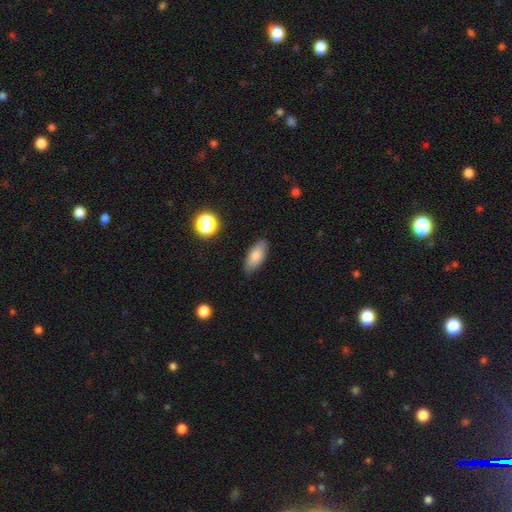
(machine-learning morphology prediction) type=smooth (82%); roundness=in between (83%); merging=none (84%).